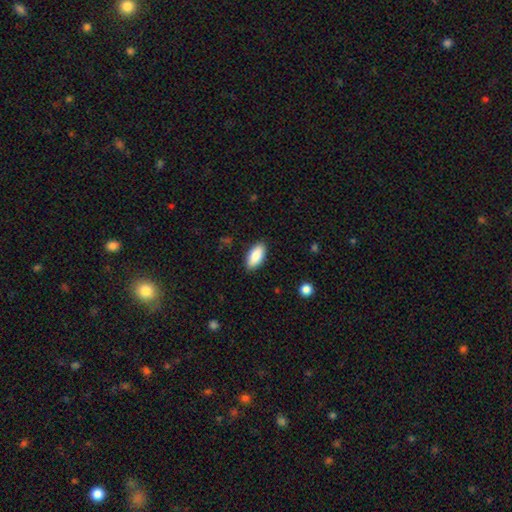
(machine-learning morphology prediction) The model was most divided on "smooth or featured": smooth: 86%, featured or disk: 7%, star or artifact: 6%. More confident: how rounded — in between (90%); merging — none (88%).